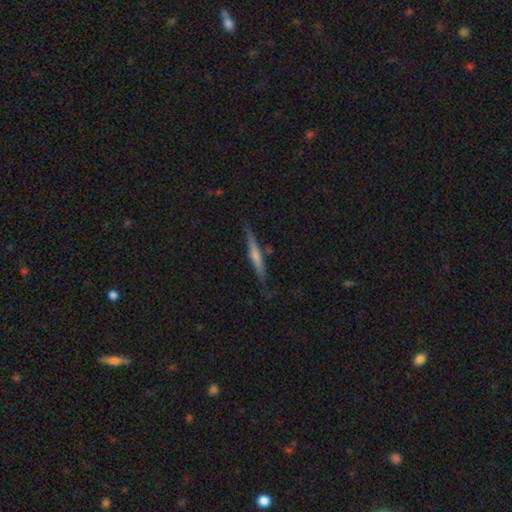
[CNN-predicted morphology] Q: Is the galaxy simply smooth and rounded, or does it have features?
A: featured or disk — 54%.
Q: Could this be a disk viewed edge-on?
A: yes — 96%.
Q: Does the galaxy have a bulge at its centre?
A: rounded — 48%.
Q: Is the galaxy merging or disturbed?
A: none — 80%.